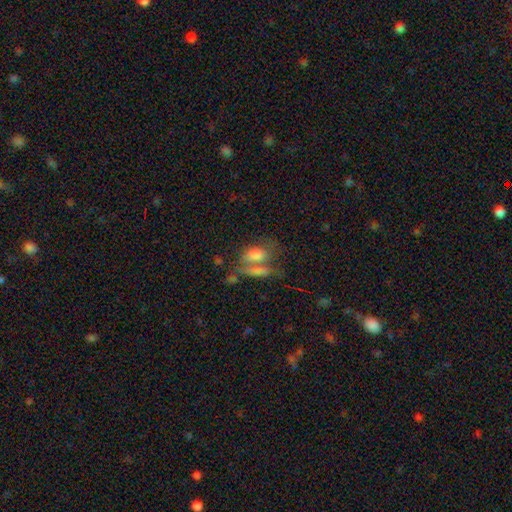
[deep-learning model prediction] This is likely a smooth galaxy (70%). How rounded: clearly in between (81%). Merging: marginally merger (45%).